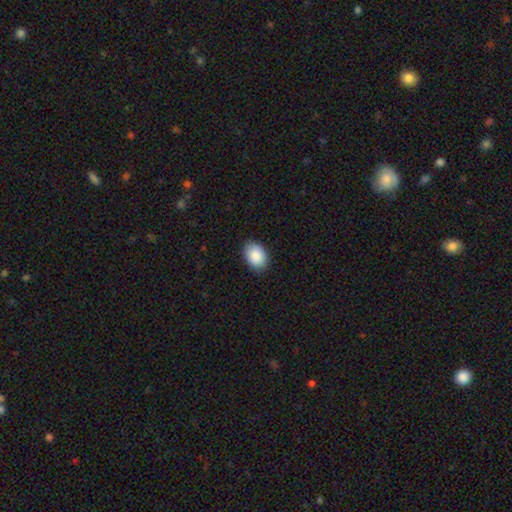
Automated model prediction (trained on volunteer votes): A smooth galaxy with no disk features (88%) that is in between round and cigar-shaped (80%).

Vote fractions:
- Smooth or featured? smooth: 88% / star or artifact: 7% / featured or disk: 5%
- How rounded? in between: 80% / round: 19% / cigar-shaped: 1%
- Merging? none: 87% / minor disturbance: 10% / major disturbance: 2% / merger: 1%